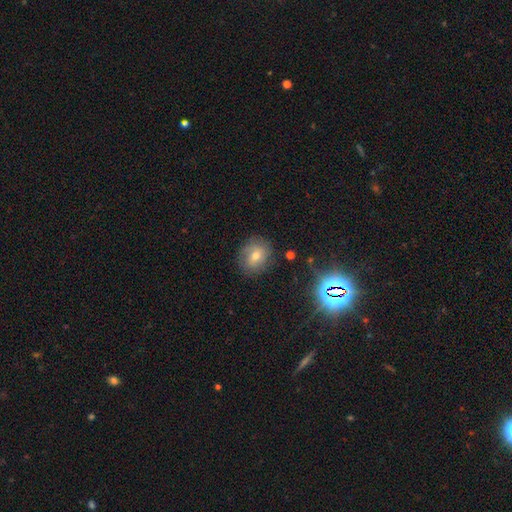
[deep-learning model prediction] Smooth or featured? smooth (48%)
Merging? none (79%)